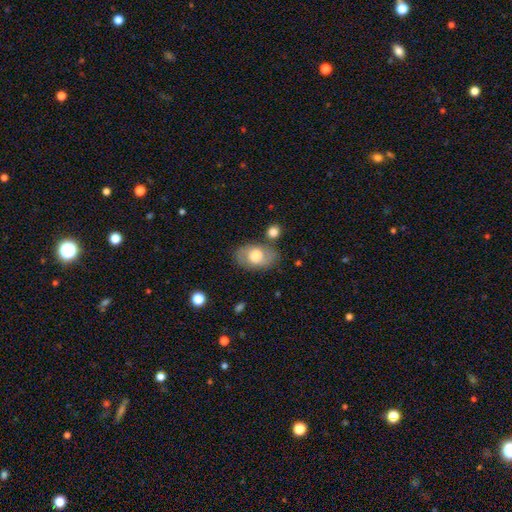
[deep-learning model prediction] Overall: smooth (54%; featured or disk 39%). How rounded: in between (84%). Merging: none (71%).